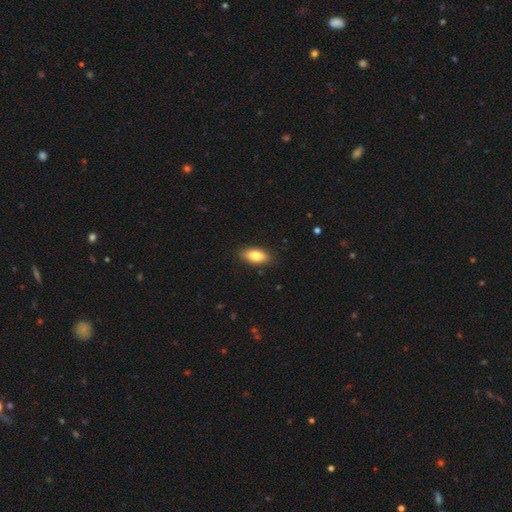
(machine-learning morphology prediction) Q: Smooth or featured?
A: smooth (81%); runner-up: featured or disk (12%)
Q: How rounded?
A: in between (88%); runner-up: cigar-shaped (8%)
Q: Merging?
A: none (88%); runner-up: minor disturbance (9%)